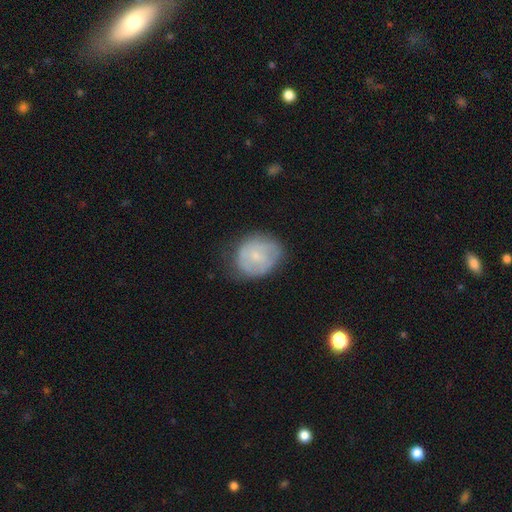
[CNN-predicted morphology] Smooth or featured?
  - smooth: 53% *
  - featured or disk: 39%
  - star or artifact: 8%
How rounded?
  - round: 63% *
  - in between: 36%
  - cigar-shaped: 1%
Merging?
  - none: 62% *
  - minor disturbance: 27%
  - major disturbance: 10%
  - merger: 1%